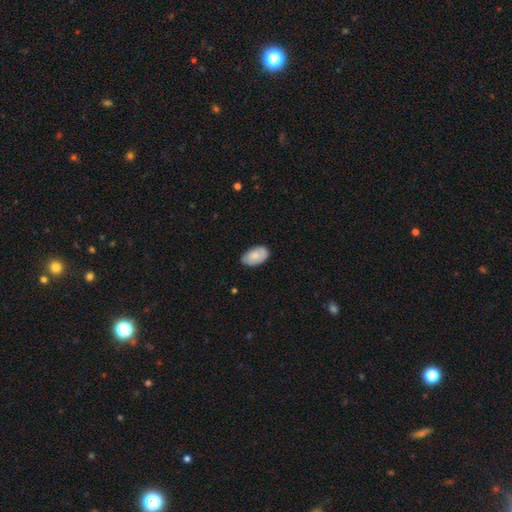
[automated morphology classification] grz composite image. It shows a smooth galaxy with no disk features (73%) that is in between round and cigar-shaped (94%). Merging: none (76%).